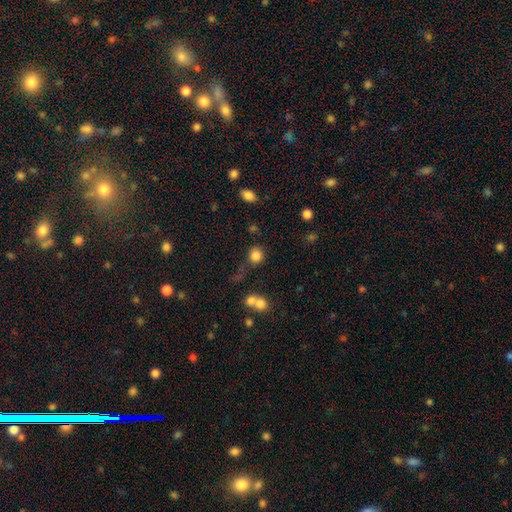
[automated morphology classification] Smooth or featured?
  - smooth: 82% *
  - star or artifact: 12%
  - featured or disk: 6%
How rounded?
  - round: 86% *
  - in between: 13%
  - cigar-shaped: 1%
Merging?
  - none: 68% *
  - minor disturbance: 13%
  - merger: 12%
  - major disturbance: 7%